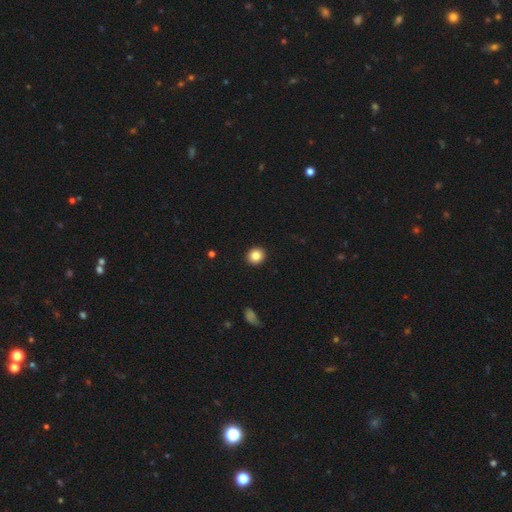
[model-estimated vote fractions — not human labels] Smooth or featured? smooth (85%)
How rounded? round (85%)
Merging? none (92%)